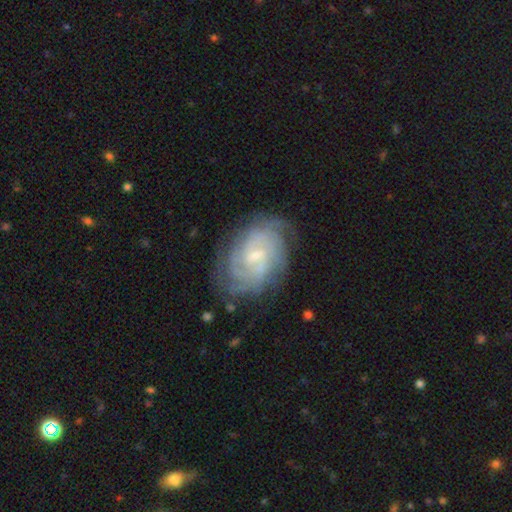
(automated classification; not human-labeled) This is clearly a featured or disk galaxy (82%). It is clearly not viewed edge-on (97%). Bar: possibly weak (51%). Spiral arm pattern: clearly yes (94%). Spiral arm count: marginally can't tell (41%). Spiral winding: likely tight (69%). Central bulge: likely small (64%). Merging: likely none (74%).